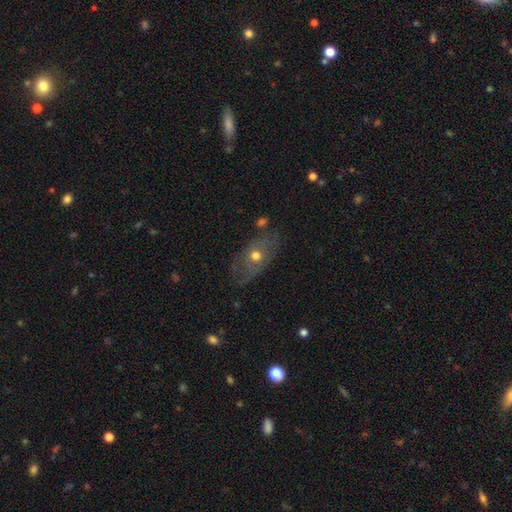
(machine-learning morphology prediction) Smooth or featured?
  - featured or disk: 50% *
  - smooth: 41%
  - star or artifact: 9%
Merging?
  - none: 63% *
  - minor disturbance: 23%
  - major disturbance: 11%
  - merger: 4%